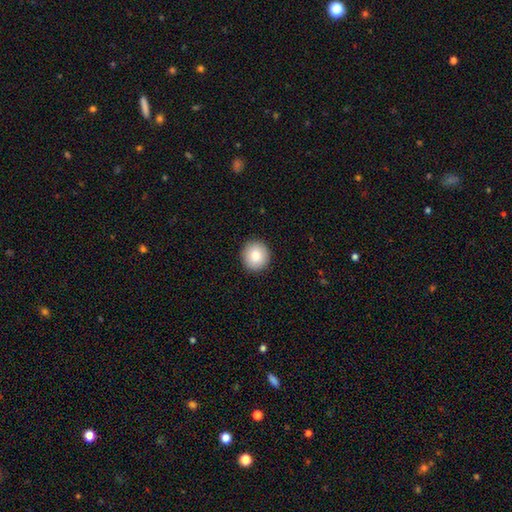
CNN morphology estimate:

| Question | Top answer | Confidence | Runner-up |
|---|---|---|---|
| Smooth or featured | smooth | 84% | star or artifact (8%) |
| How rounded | round | 93% | in between (6%) |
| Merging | none | 93% | minor disturbance (5%) |